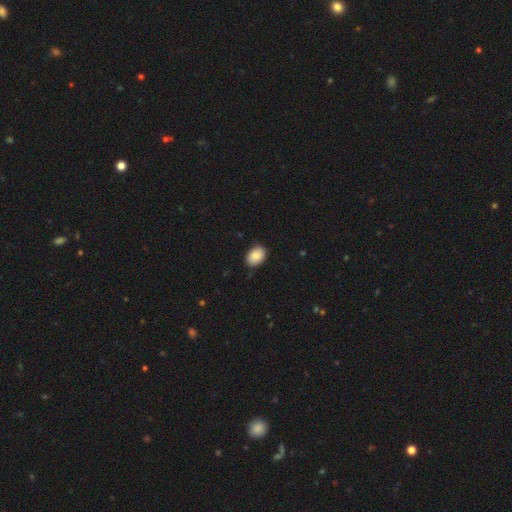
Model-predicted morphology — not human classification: This is clearly a smooth galaxy (87%). How rounded: likely in between (80%). Merging: clearly none (84%).